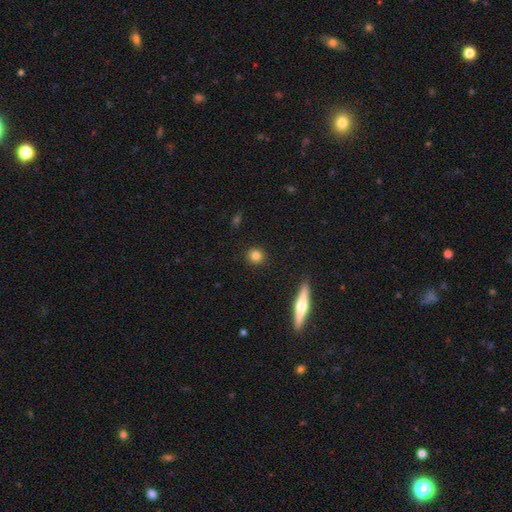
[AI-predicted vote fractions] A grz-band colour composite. It shows a smooth galaxy with no disk features (82%) that is round (87%). Merging: none (92%).